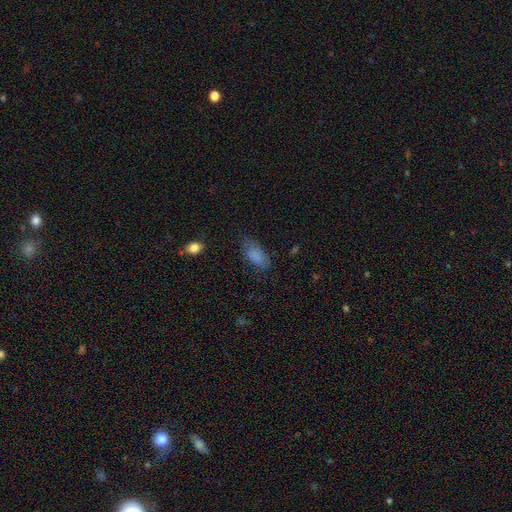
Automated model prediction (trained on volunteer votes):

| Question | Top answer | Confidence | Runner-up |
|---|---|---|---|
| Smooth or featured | smooth | 83% | star or artifact (8%) |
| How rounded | in between | 90% | cigar-shaped (7%) |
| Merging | none | 66% | minor disturbance (25%) |